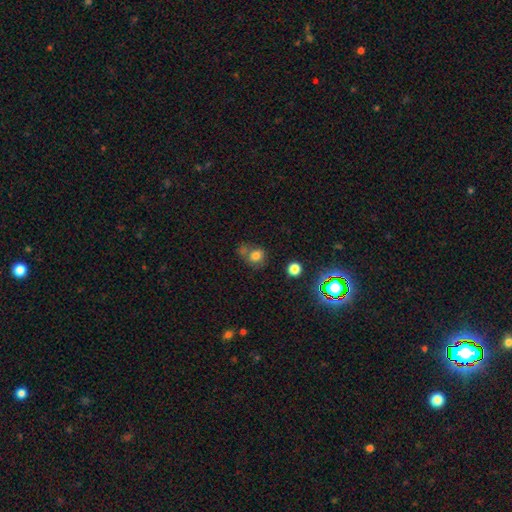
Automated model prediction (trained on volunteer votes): smooth-or-featured: smooth: 75% | star or artifact: 14% | featured or disk: 11%
  how-rounded: round: 70% | in between: 29% | cigar-shaped: 1%
  merging: none: 47% | merger: 29% | minor disturbance: 16% | major disturbance: 8%